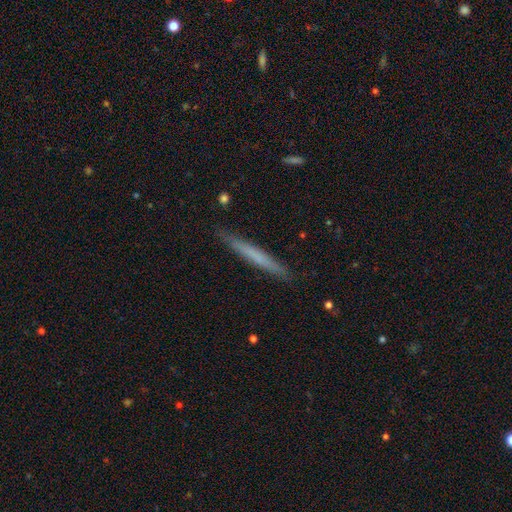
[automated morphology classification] This is possibly a smooth galaxy (57%). How rounded: clearly cigar-shaped (97%). Merging: clearly none (89%).